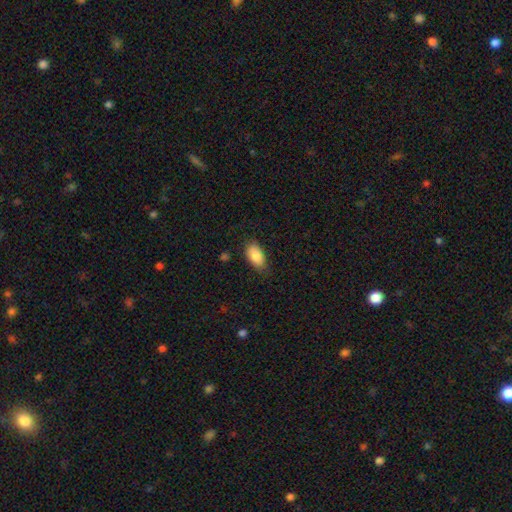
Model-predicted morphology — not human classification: Smooth or featured?
  - smooth: 86% *
  - featured or disk: 7%
  - star or artifact: 7%
How rounded?
  - in between: 92% *
  - round: 4%
  - cigar-shaped: 3%
Merging?
  - none: 71% *
  - minor disturbance: 23%
  - major disturbance: 5%
  - merger: 1%